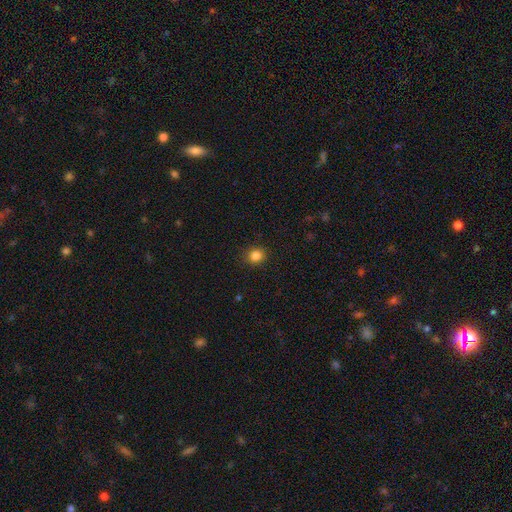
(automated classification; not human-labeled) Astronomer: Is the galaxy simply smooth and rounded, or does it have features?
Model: smooth — 84%.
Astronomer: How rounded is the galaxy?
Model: round — 82%.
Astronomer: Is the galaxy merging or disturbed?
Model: none — 89%.